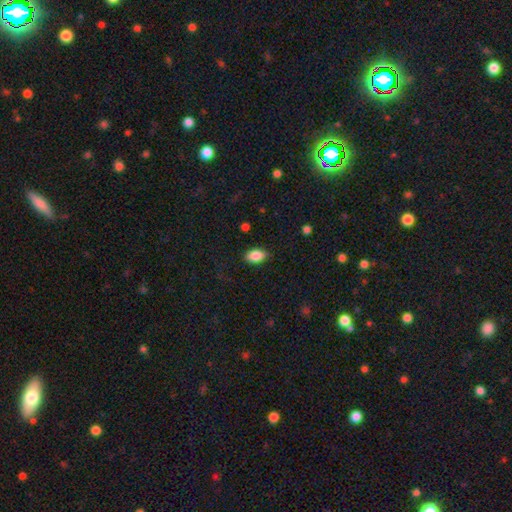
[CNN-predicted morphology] This appears to be a smooth galaxy with no disk features (87%) that is in between round and cigar-shaped (90%). Merging: none (83%).